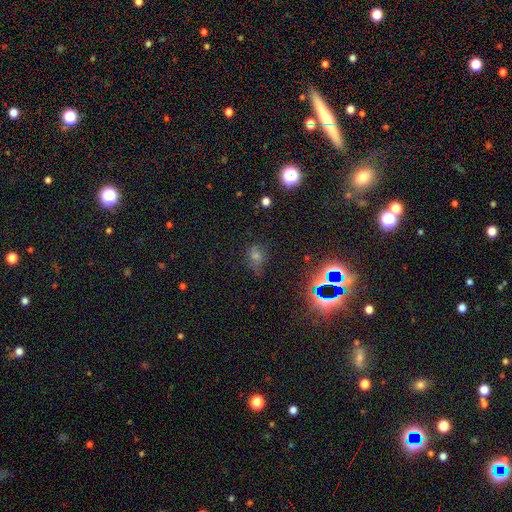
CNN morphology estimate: Smooth or featured? star or artifact (45%)